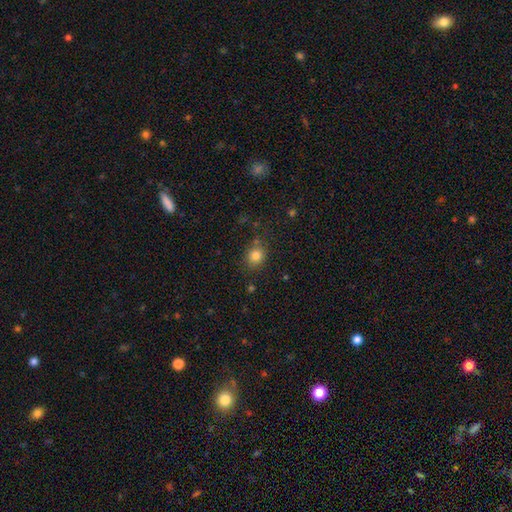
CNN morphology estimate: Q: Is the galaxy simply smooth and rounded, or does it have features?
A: smooth — 82%.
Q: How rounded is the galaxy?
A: round — 74%.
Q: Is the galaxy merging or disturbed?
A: none — 78%.